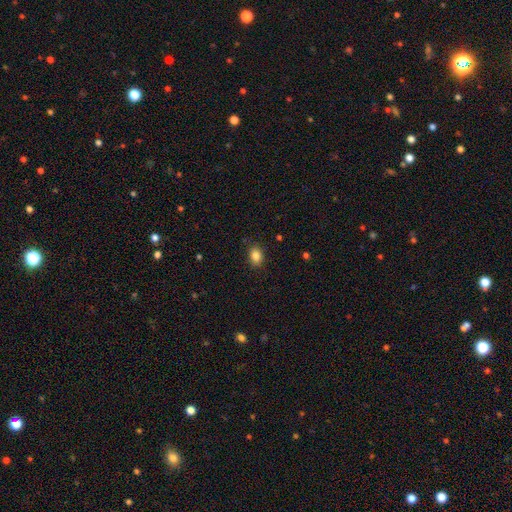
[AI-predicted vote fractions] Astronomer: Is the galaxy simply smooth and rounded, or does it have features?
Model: smooth — 85%.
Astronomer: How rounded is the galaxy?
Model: in between — 72%.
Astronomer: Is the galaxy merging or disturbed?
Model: none — 85%.